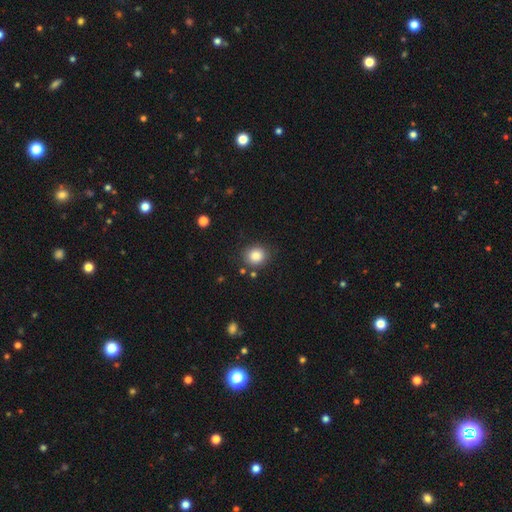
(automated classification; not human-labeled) smooth-or-featured: smooth: 85% | star or artifact: 10% | featured or disk: 5%
  how-rounded: round: 81% | in between: 18% | cigar-shaped: 1%
  merging: none: 84% | minor disturbance: 10% | merger: 3% | major disturbance: 3%